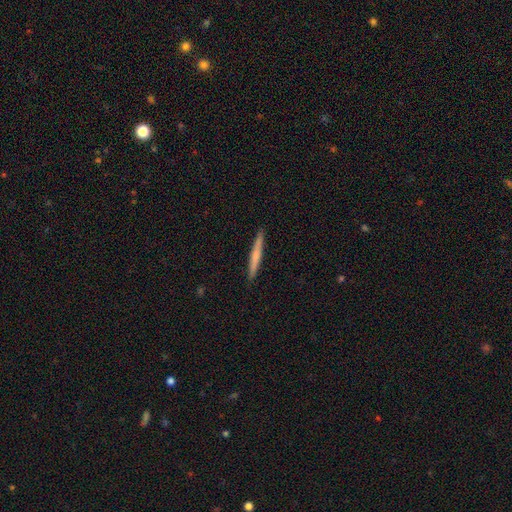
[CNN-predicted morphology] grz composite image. It shows a smooth galaxy with no disk features (59%) that is cigar-shaped (96%). Merging: none (92%).